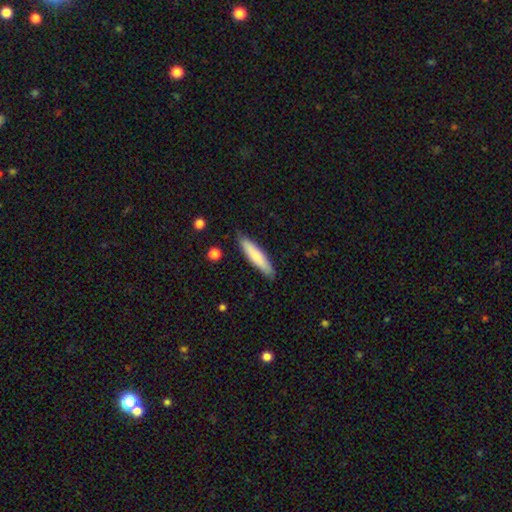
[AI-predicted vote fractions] Q: Smooth or featured?
A: smooth (78%); runner-up: featured or disk (17%)
Q: How rounded?
A: cigar-shaped (85%); runner-up: in between (14%)
Q: Merging?
A: none (87%); runner-up: minor disturbance (10%)